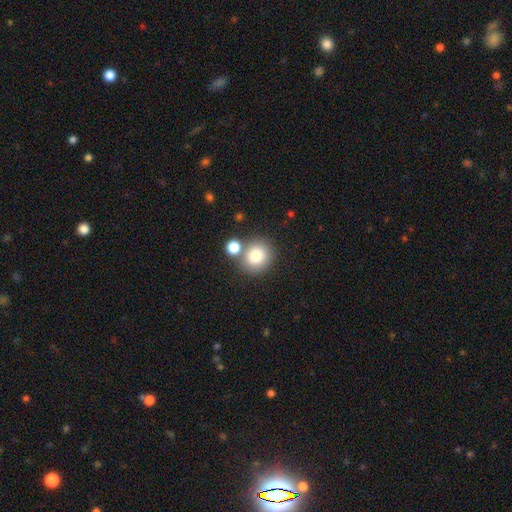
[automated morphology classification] smooth 82%, star or artifact 9%, featured or disk 8%. Down the decision tree: how rounded — round (79%); merging — none (64%).